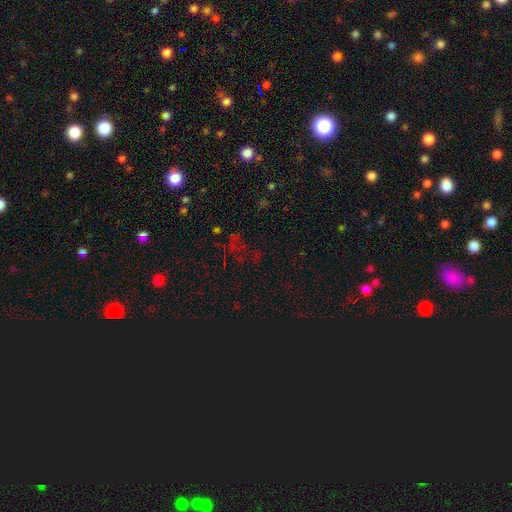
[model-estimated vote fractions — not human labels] Q: Smooth or featured?
A: star or artifact (66%); runner-up: smooth (23%)